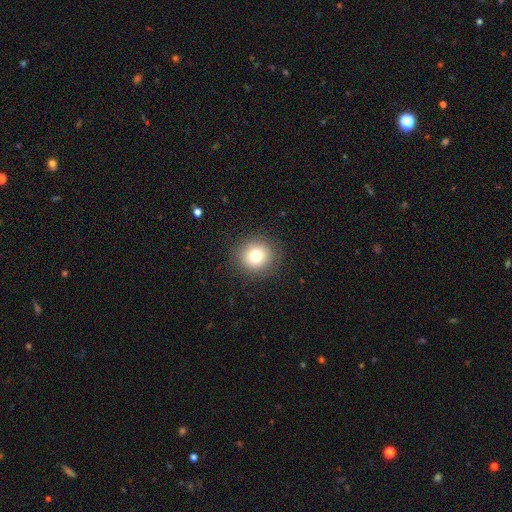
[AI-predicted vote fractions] Smooth or featured: smooth — 79% (star or artifact — 11%)
How rounded: round — 90% (in between — 9%)
Merging: none — 89% (minor disturbance — 7%)